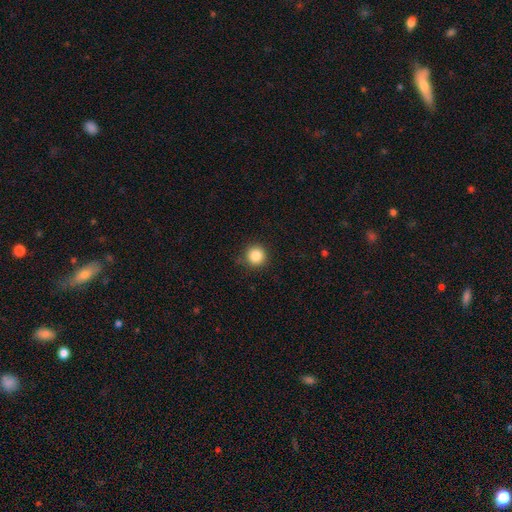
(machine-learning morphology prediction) Smooth or featured? Predicted: smooth (p=0.86). How rounded? Predicted: round (p=0.95). Merging? Predicted: none (p=0.88).